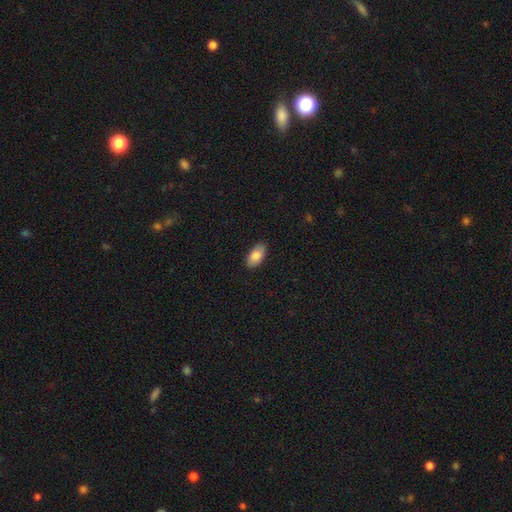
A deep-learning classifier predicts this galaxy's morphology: A smooth galaxy with no disk features (83%) that is in between round and cigar-shaped (93%). Merging: none (88%).